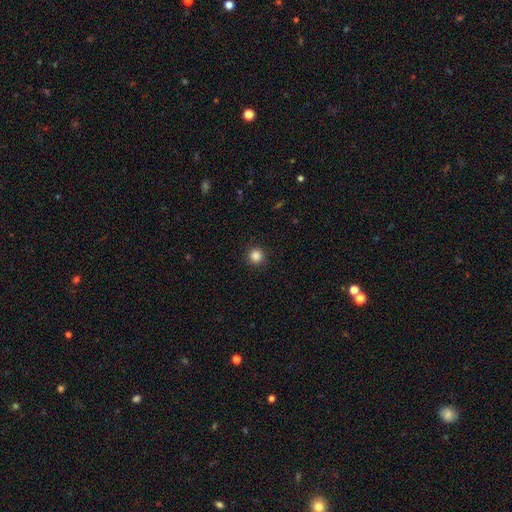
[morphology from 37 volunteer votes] Smooth or featured? 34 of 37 (92%) said smooth. How rounded? 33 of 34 (97%) said round. Merging? 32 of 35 (91%) said none.